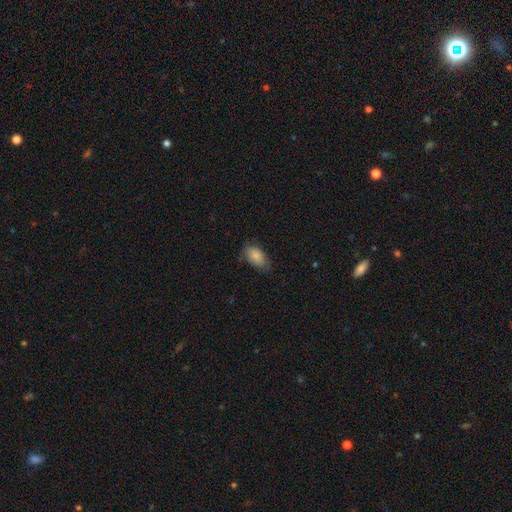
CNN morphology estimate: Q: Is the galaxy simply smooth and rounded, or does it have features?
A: smooth — 86%.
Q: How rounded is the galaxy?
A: in between — 92%.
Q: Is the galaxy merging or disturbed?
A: none — 69%.